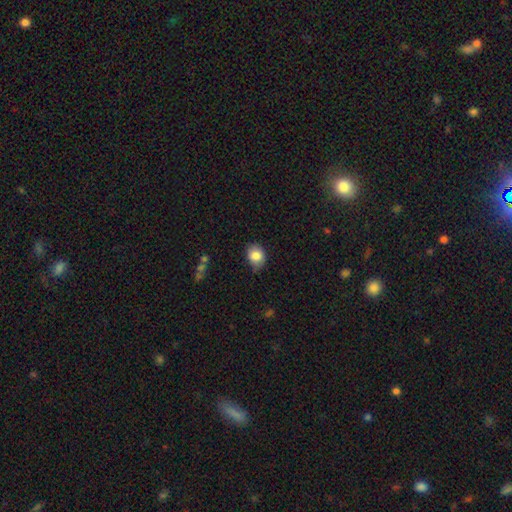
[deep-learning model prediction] Q: Smooth or featured?
A: smooth (84%); runner-up: star or artifact (9%)
Q: How rounded?
A: round (50%); runner-up: in between (49%)
Q: Merging?
A: none (69%); runner-up: minor disturbance (25%)